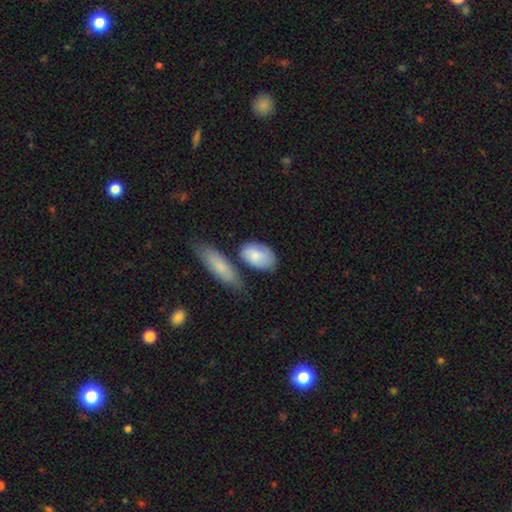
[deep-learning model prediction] smooth 78%, featured or disk 17%, star or artifact 5%. Down the decision tree: how rounded — in between (88%); merging — none (55%).